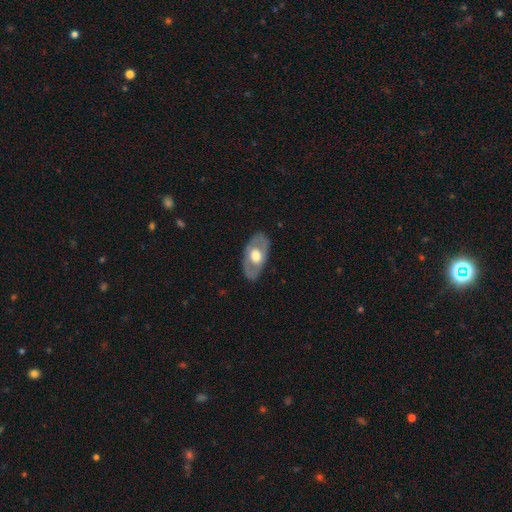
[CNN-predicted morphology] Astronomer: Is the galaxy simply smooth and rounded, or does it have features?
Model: featured or disk — 56% (runner-up: smooth, 39%).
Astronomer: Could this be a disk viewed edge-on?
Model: no — 84%.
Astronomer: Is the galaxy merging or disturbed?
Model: none — 82%.